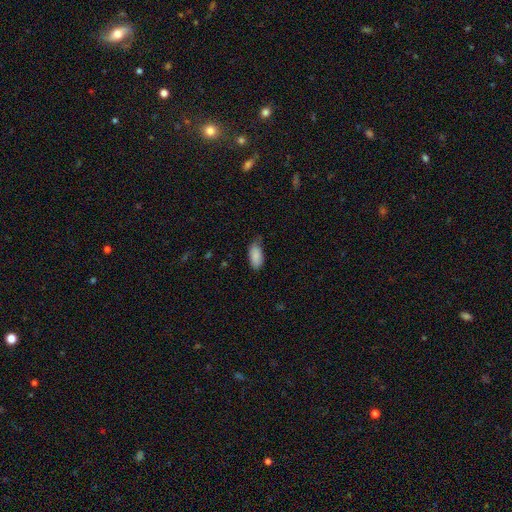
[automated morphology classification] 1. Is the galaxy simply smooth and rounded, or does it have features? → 89% smooth, 7% star or artifact, 5% featured or disk.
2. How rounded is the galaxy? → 91% in between, 7% cigar-shaped, 2% round.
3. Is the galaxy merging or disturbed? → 64% none, 30% minor disturbance, 5% major disturbance, 1% merger.